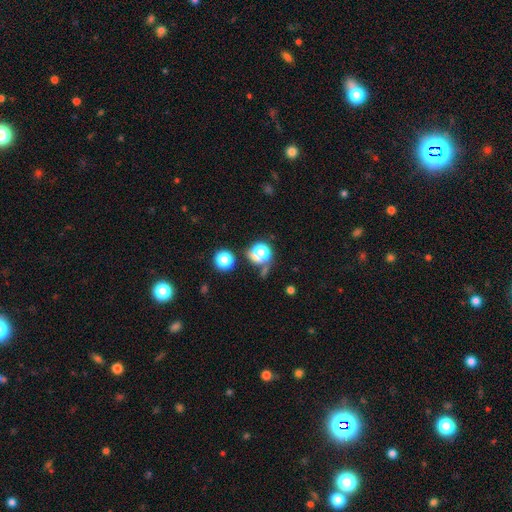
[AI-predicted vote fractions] smooth-or-featured: smooth: 64% | star or artifact: 26% | featured or disk: 10%
  how-rounded: round: 85% | in between: 14% | cigar-shaped: 1%
  merging: none: 56% | merger: 16% | minor disturbance: 15% | major disturbance: 13%